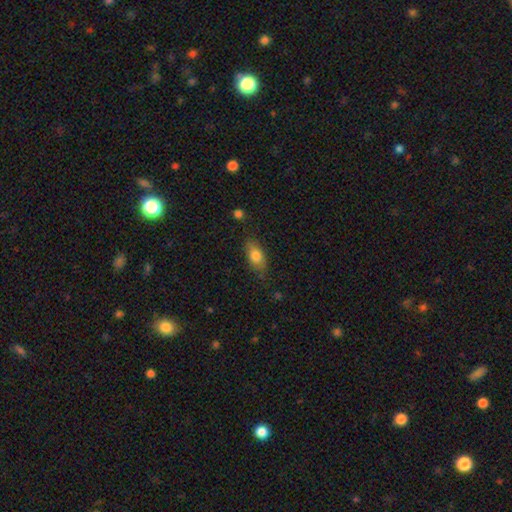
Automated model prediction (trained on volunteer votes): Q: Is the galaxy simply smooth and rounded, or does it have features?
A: smooth — 78%.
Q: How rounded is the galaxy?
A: in between — 85%.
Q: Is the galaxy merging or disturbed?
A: none — 72%.